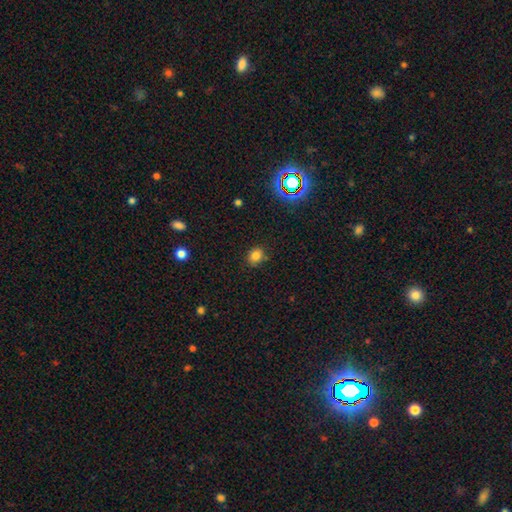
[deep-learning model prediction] smooth 80%, star or artifact 15%, featured or disk 6%. Down the decision tree: how rounded — round (50%); merging — none (80%).